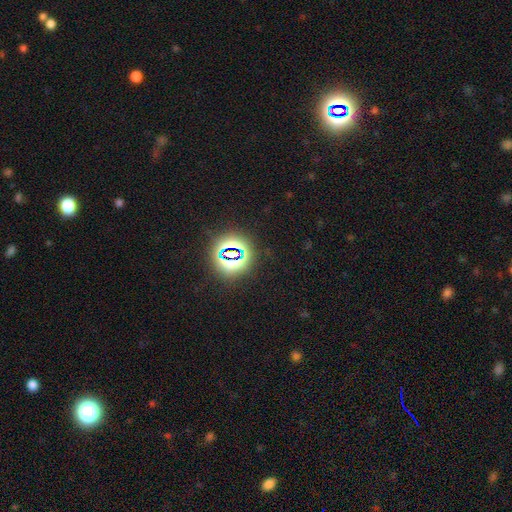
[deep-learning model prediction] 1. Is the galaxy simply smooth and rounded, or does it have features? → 79% star or artifact, 13% smooth, 7% featured or disk.